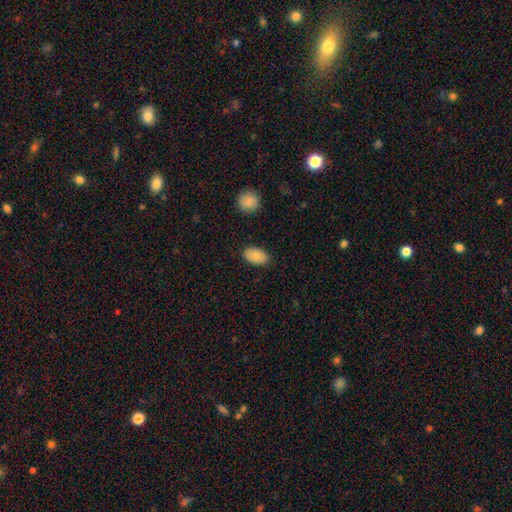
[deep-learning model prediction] Smooth or featured?
  - smooth: 83% *
  - featured or disk: 10%
  - star or artifact: 7%
How rounded?
  - in between: 91% *
  - round: 7%
  - cigar-shaped: 1%
Merging?
  - none: 85% *
  - minor disturbance: 11%
  - major disturbance: 2%
  - merger: 2%